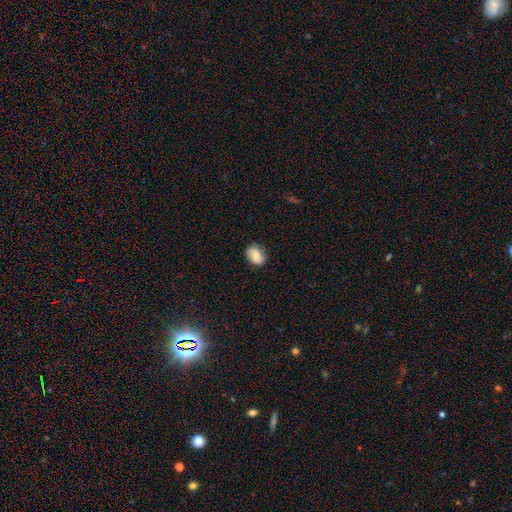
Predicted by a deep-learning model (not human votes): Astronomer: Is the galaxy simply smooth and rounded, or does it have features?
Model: smooth — 75%.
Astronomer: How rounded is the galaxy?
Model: in between — 65%.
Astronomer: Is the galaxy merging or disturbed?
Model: none — 79%.